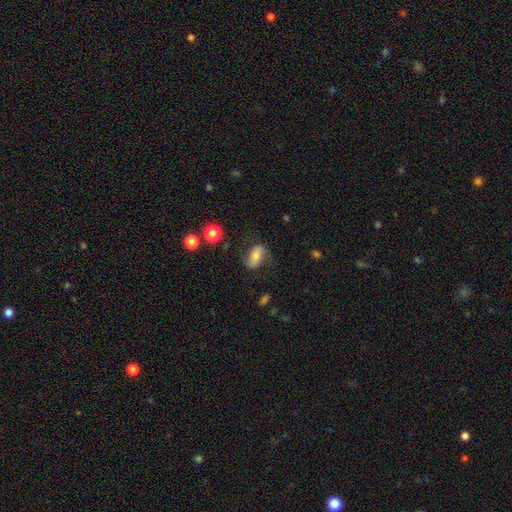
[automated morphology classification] Smooth or featured? featured or disk (51%)
Edge-on disk? no (94%)
Merging? none (68%)